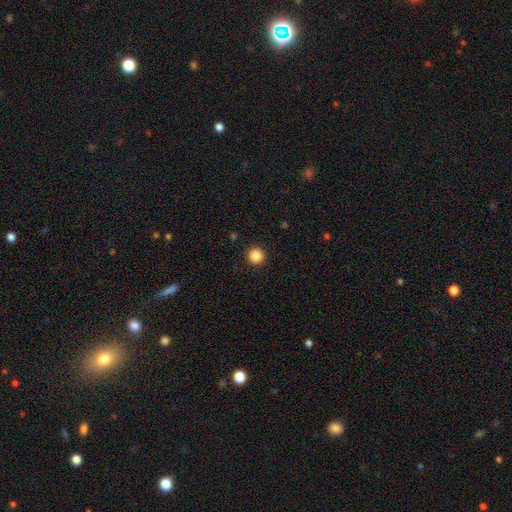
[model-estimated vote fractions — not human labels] Overall: smooth (87%). How rounded: round (96%). Merging: none (94%).